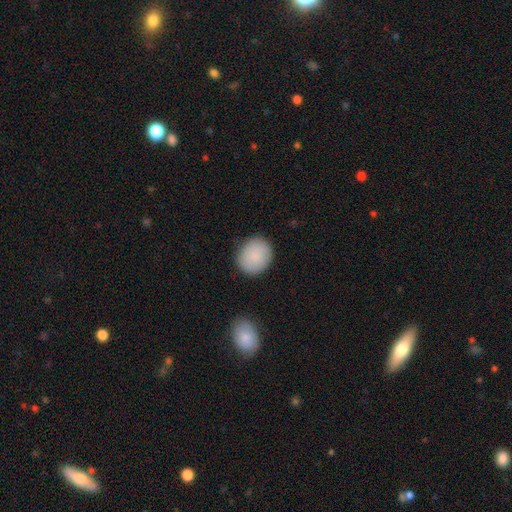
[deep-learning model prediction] This appears to be a smooth galaxy with no disk features (89%) that is round (76%). Merging: none (89%).